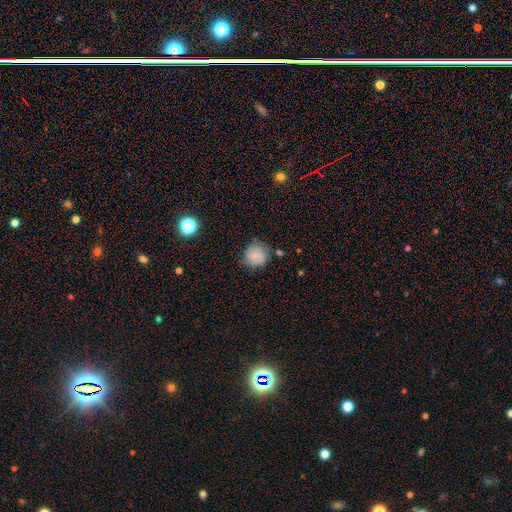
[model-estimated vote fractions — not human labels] Smooth or featured? smooth (79%)
How rounded? round (90%)
Merging? none (72%)